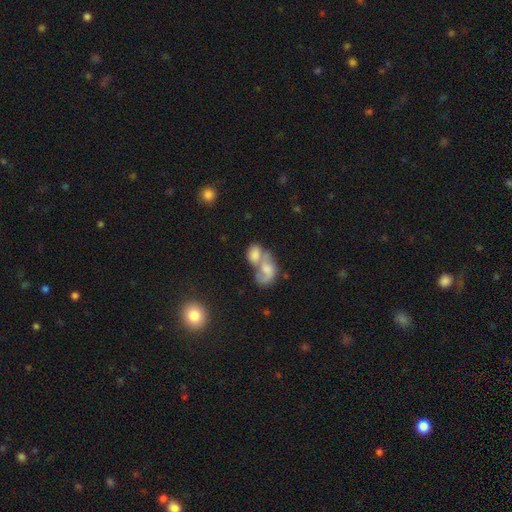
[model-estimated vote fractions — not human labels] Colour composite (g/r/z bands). It shows a smooth galaxy with no disk features (58%) that is in between round and cigar-shaped (78%). Merging: merger (74%).